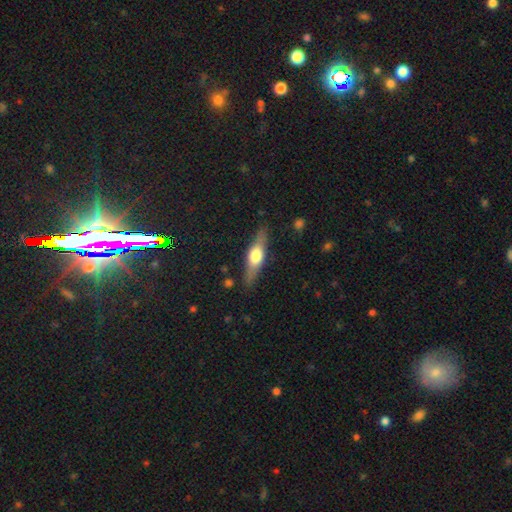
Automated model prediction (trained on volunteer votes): Q: Smooth or featured?
A: featured or disk (56%); runner-up: smooth (38%)
Q: Edge-on disk?
A: yes (92%); runner-up: no (8%)
Q: Edge-on bulge?
A: rounded (91%); runner-up: boxy (6%)
Q: Merging?
A: none (84%); runner-up: minor disturbance (11%)